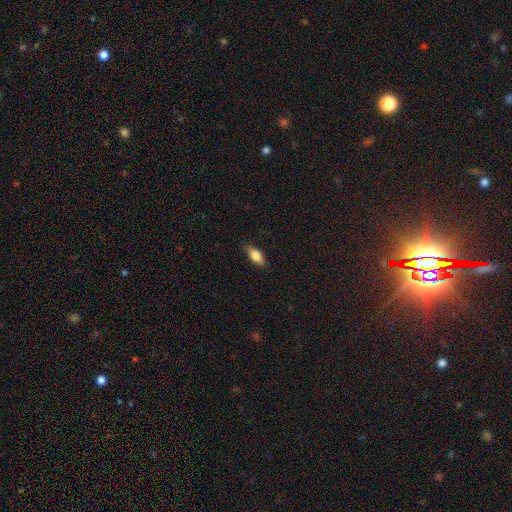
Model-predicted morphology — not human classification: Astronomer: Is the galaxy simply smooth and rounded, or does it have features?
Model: smooth — 75%.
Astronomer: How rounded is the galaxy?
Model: in between — 79%.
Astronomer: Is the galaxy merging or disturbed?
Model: none — 82%.